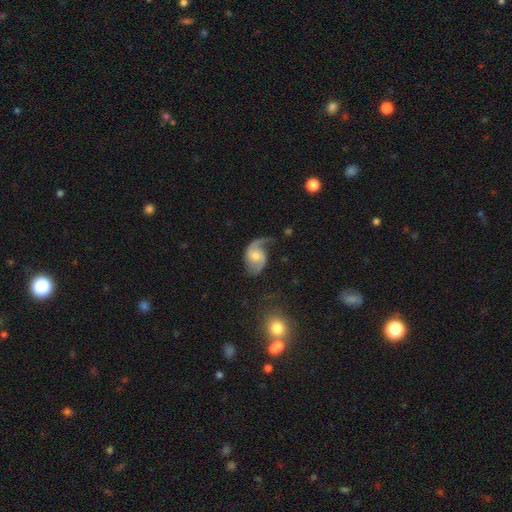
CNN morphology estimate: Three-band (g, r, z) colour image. It shows a featured or disk galaxy (81%) with no bar (55%), 2 (72%) loose (54%) spiral arms (95%) and a moderate central bulge (48%). Merging: none (49%).